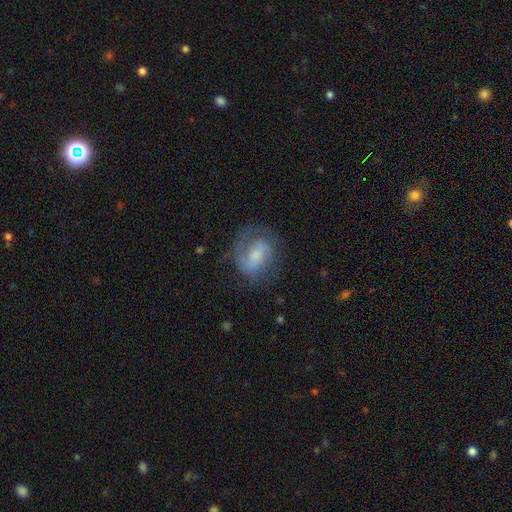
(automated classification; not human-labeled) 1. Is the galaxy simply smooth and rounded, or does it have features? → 68% featured or disk, 25% smooth, 8% star or artifact.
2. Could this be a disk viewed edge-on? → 97% no, 3% yes.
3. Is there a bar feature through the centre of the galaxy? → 47% weak, 38% no, 15% strong.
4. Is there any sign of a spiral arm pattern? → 89% yes, 11% no.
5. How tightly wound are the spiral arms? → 46% medium, 34% tight, 21% loose.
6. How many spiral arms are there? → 62% 2, 16% 1, 15% can't tell, 5% 3, 2% 4, 1% more than 4.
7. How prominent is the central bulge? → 41% small, 37% moderate, 12% none, 8% large, 2% dominant.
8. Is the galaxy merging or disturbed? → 63% none, 20% minor disturbance, 15% major disturbance, 2% merger.